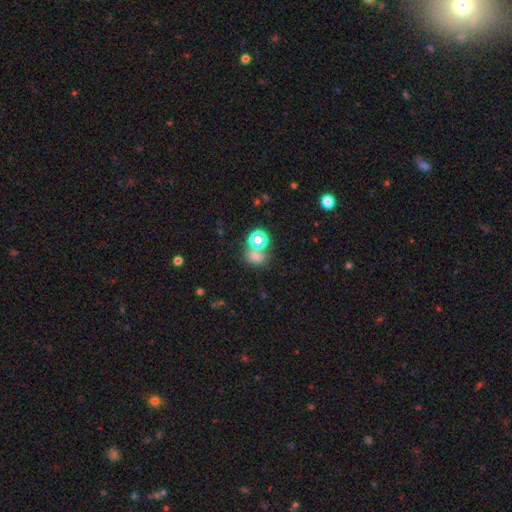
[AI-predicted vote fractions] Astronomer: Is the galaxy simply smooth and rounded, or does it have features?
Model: smooth — 60%.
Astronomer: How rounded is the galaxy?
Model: round — 61% (runner-up: in between, 38%).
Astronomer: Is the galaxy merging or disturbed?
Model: none — 61%.